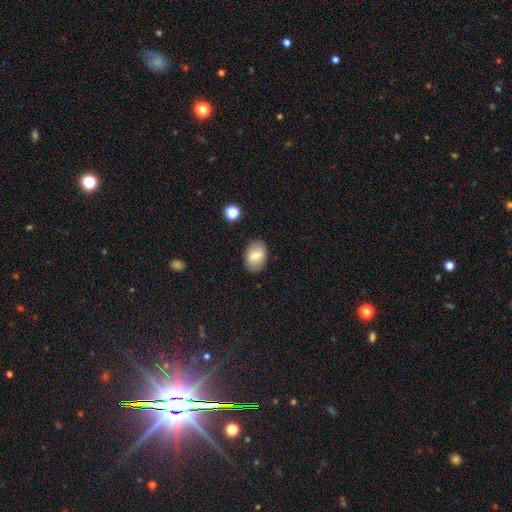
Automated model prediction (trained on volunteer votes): This is likely a smooth galaxy (68%). How rounded: clearly in between (82%). Merging: clearly none (84%).